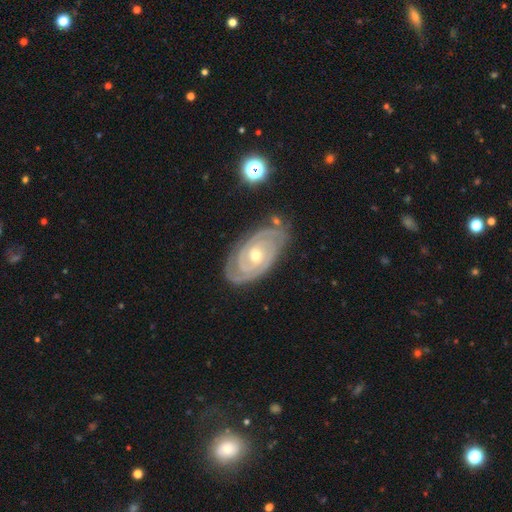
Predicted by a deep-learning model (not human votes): The model was most divided on "bulge size": moderate: 58%, small: 38%, large: 2%, none: 1%, dominant: 1%. More confident: spiral arms — yes (97%); edge-on disk — no (96%); smooth or featured — featured or disk (90%); spiral winding — tight (83%); merging — none (79%); bar — no (70%); spiral arm count — 2 (58%).